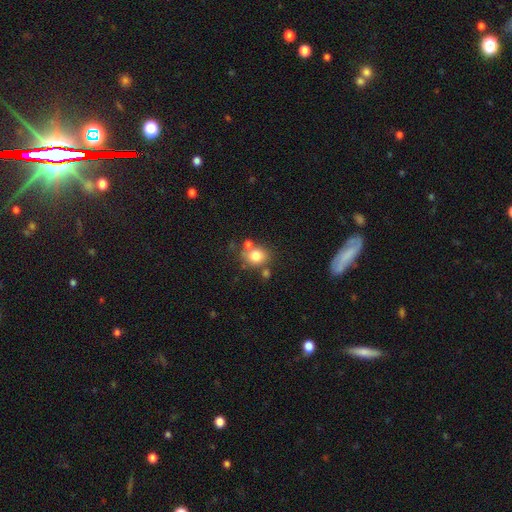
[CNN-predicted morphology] The model was most divided on "how rounded": round: 68%, in between: 31%, cigar-shaped: 1%. More confident: smooth or featured — smooth (78%); merging — none (63%).